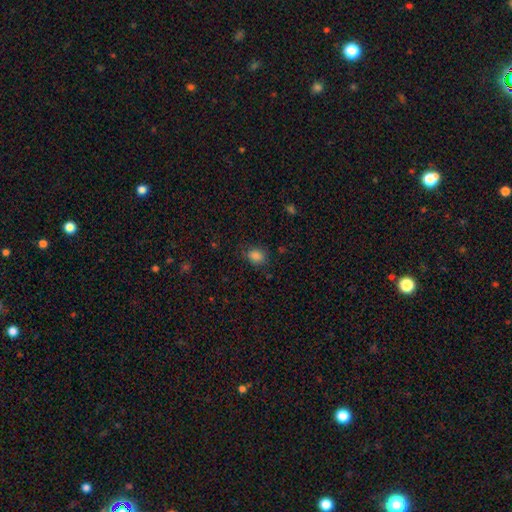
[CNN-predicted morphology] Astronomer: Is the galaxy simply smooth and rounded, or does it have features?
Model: smooth — 84%.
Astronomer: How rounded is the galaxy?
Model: round — 54% (runner-up: in between, 45%).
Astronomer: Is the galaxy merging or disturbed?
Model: none — 79%.